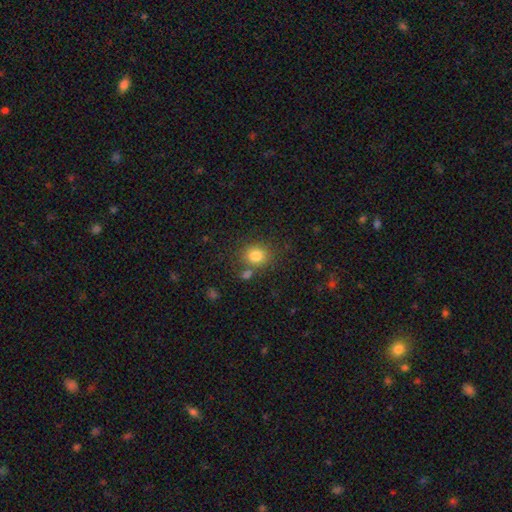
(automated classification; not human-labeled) A smooth galaxy with no disk features (81%) that is round (72%).

Vote fractions:
- Smooth or featured? smooth: 81% / star or artifact: 11% / featured or disk: 8%
- How rounded? round: 72% / in between: 27% / cigar-shaped: 1%
- Merging? none: 72% / merger: 12% / minor disturbance: 12% / major disturbance: 4%